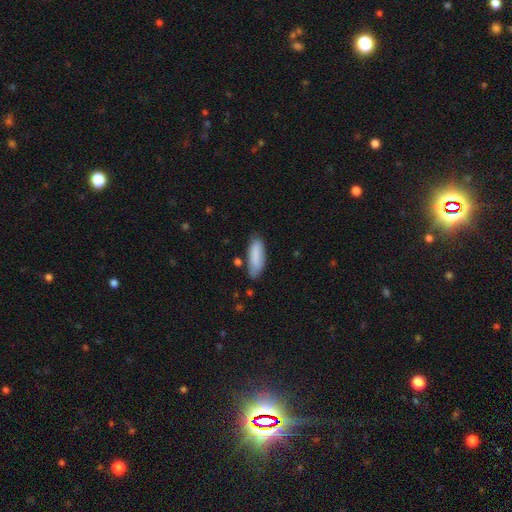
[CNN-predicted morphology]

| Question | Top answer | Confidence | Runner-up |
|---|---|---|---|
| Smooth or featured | smooth | 85% | featured or disk (9%) |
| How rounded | in between | 62% | cigar-shaped (37%) |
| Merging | none | 71% | minor disturbance (21%) |